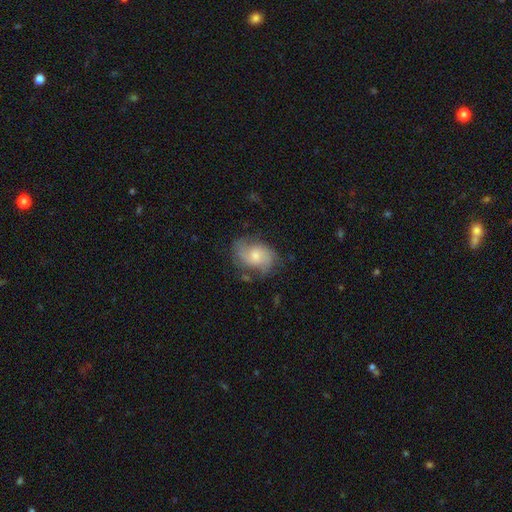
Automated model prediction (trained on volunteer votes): featured or disk 56%, smooth 36%, star or artifact 8%. Down the decision tree: edge-on disk — no (97%); bar — no (70%); spiral arms — yes (85%); bulge size — moderate (52%); merging — none (62%).